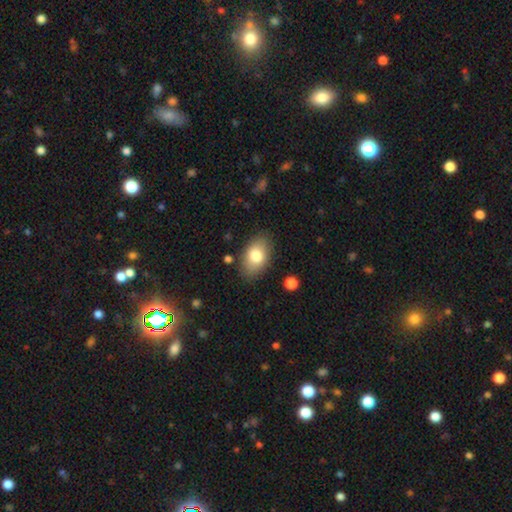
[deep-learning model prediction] A smooth galaxy with no disk features (79%) that is in between round and cigar-shaped (90%).

Vote fractions:
- Smooth or featured? smooth: 79% / featured or disk: 13% / star or artifact: 7%
- How rounded? in between: 90% / round: 8% / cigar-shaped: 1%
- Merging? none: 83% / minor disturbance: 12% / major disturbance: 3% / merger: 2%